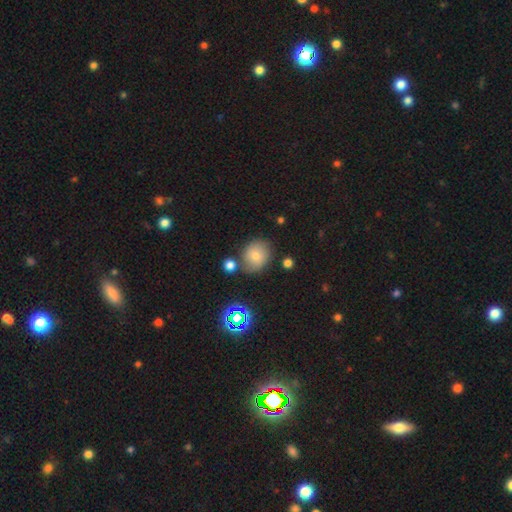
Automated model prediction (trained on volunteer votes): Overall: smooth (72%). How rounded: round (70%). Merging: none (70%).